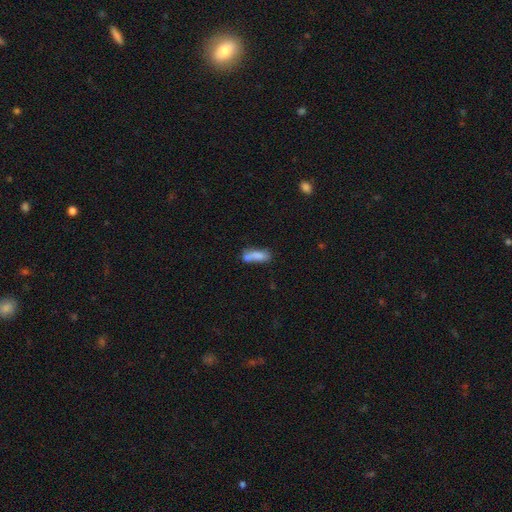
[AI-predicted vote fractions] Smooth or featured? Predicted: smooth (p=0.73). How rounded? Predicted: in between (p=0.58). Merging? Predicted: none (p=0.36, tied with merger).